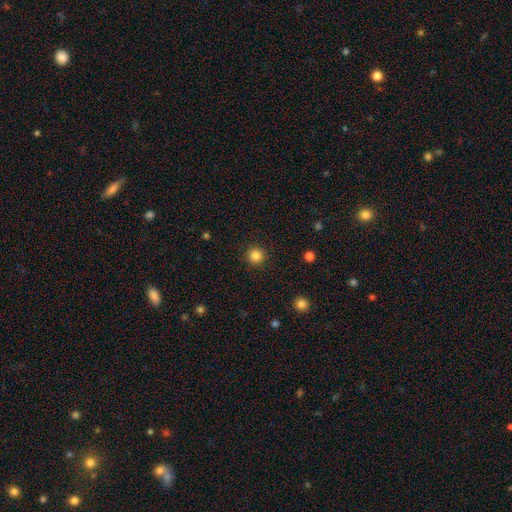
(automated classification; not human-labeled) Smooth or featured: smooth — 84% (star or artifact — 12%)
How rounded: round — 96% (in between — 3%)
Merging: none — 93% (minor disturbance — 5%)